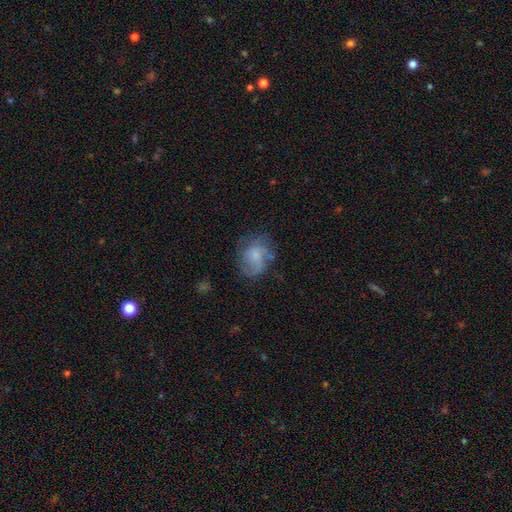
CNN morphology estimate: Smooth or featured? Predicted: featured or disk (p=0.47). Merging? Predicted: none (p=0.57).